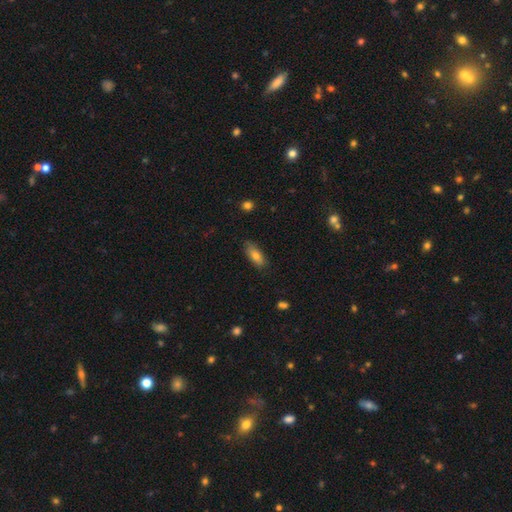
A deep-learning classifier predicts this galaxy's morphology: Smooth or featured?
  - smooth: 76% *
  - featured or disk: 17%
  - star or artifact: 7%
How rounded?
  - in between: 74% *
  - cigar-shaped: 24%
  - round: 3%
Merging?
  - none: 81% *
  - minor disturbance: 15%
  - major disturbance: 3%
  - merger: 1%